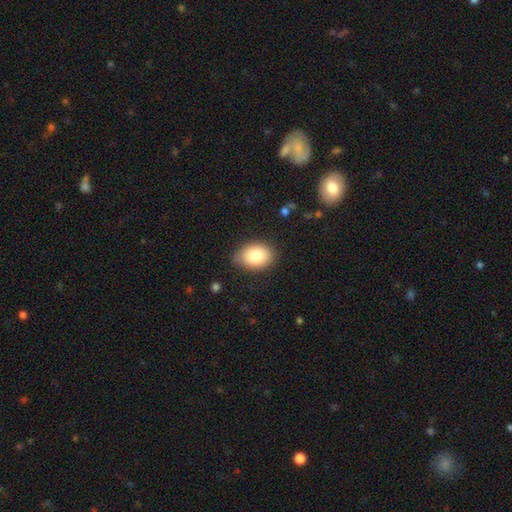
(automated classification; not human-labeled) Smooth or featured: smooth — 84% (featured or disk — 9%)
How rounded: in between — 78% (round — 21%)
Merging: none — 79% (minor disturbance — 16%)